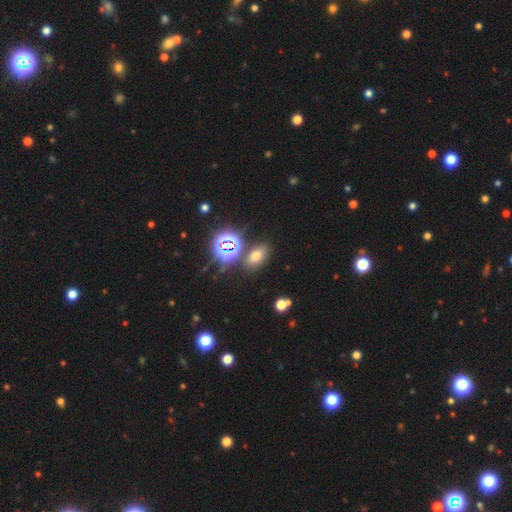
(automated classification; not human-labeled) This appears to be a smooth galaxy with no disk features (57%) that is in between round and cigar-shaped (82%). Merging: none (79%).